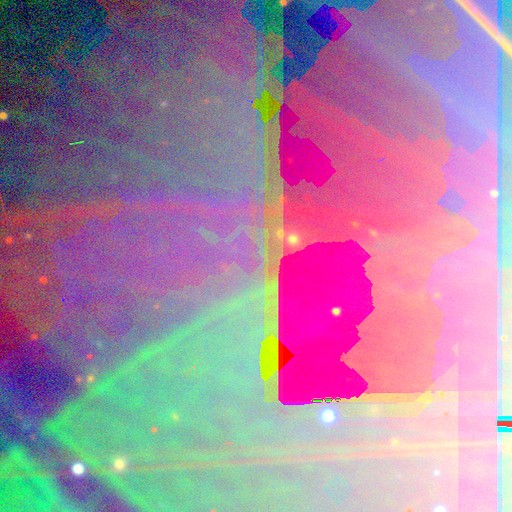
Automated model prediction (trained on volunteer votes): A star or artifact, not a galaxy (88%).